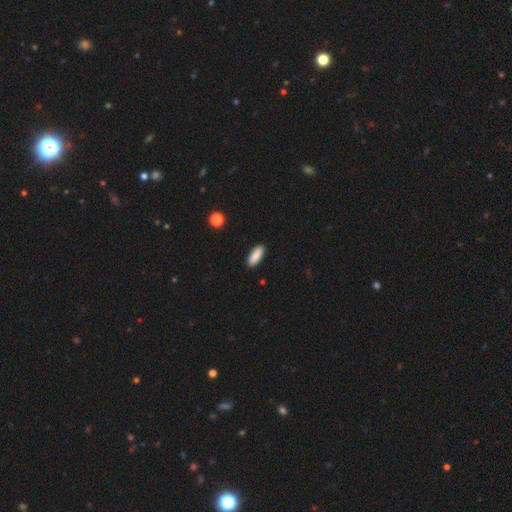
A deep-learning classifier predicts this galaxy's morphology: Q: Smooth or featured?
A: smooth (88%); runner-up: star or artifact (6%)
Q: How rounded?
A: in between (70%); runner-up: cigar-shaped (28%)
Q: Merging?
A: none (89%); runner-up: minor disturbance (8%)